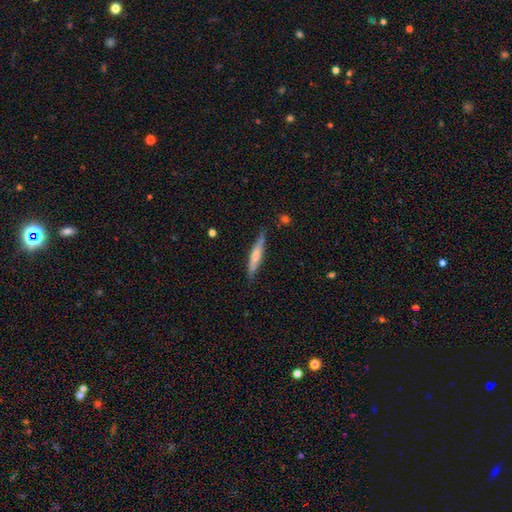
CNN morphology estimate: This appears to be a smooth galaxy with no disk features (56%) that is cigar-shaped (89%). Merging: none (79%).